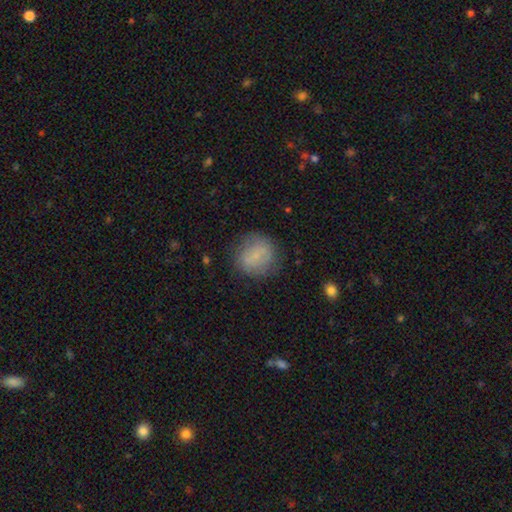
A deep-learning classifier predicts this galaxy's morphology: The model was most divided on "smooth or featured": smooth: 71%, featured or disk: 20%, star or artifact: 9%. More confident: how rounded — round (83%); merging — none (76%).